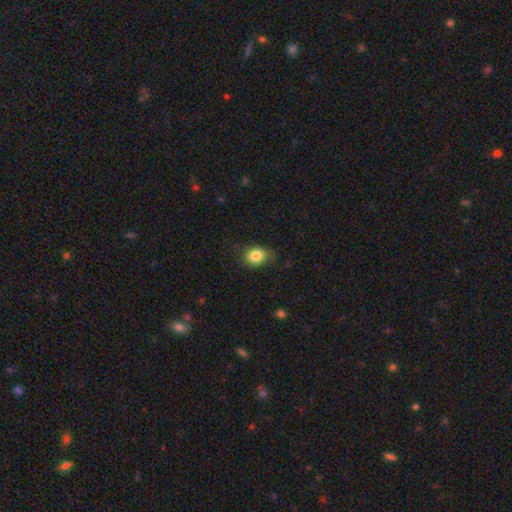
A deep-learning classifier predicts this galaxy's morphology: Smooth or featured? smooth (84%)
How rounded? round (55%)
Merging? none (70%)